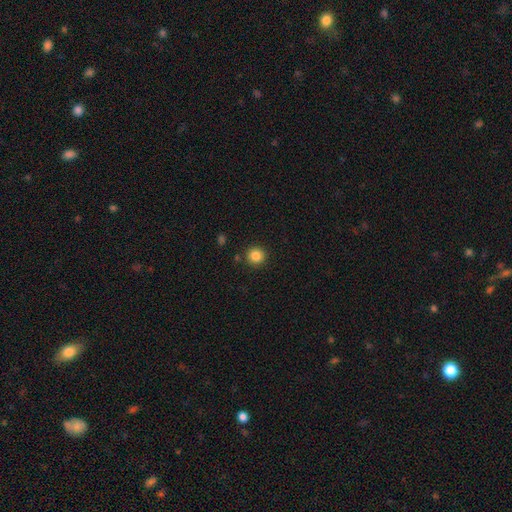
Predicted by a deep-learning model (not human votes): smooth_or_featured: smooth (p=0.86) [alt: star or artifact p=0.10]
how_rounded: round (p=0.94) [alt: in between p=0.05]
merging: none (p=0.90) [alt: minor disturbance p=0.06]